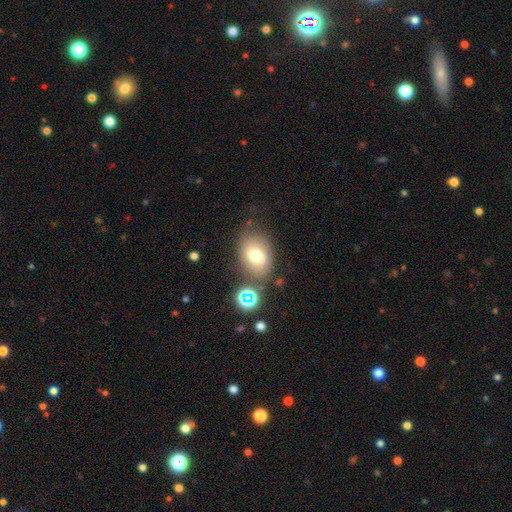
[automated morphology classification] Overall: smooth (71%). How rounded: in between (73%). Merging: none (68%).